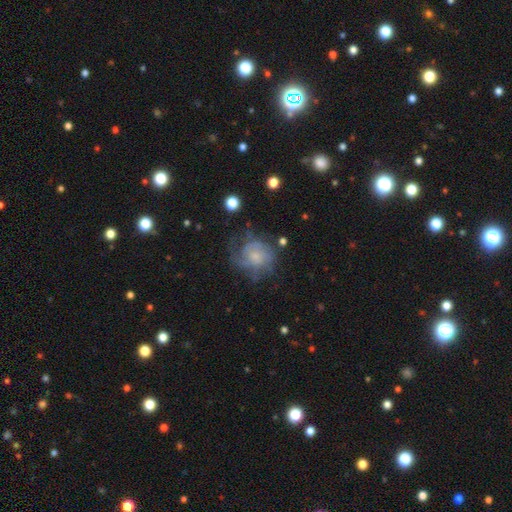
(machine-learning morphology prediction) A featured or disk galaxy (59%) with no bar (74%), spiral arms (73%) and a small central bulge (44%). Merging: none (47%).